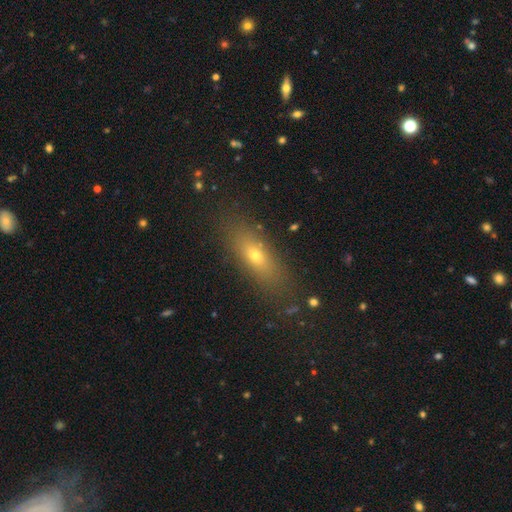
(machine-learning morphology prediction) Smooth or featured? smooth (62%)
How rounded? in between (52%)
Merging? none (84%)